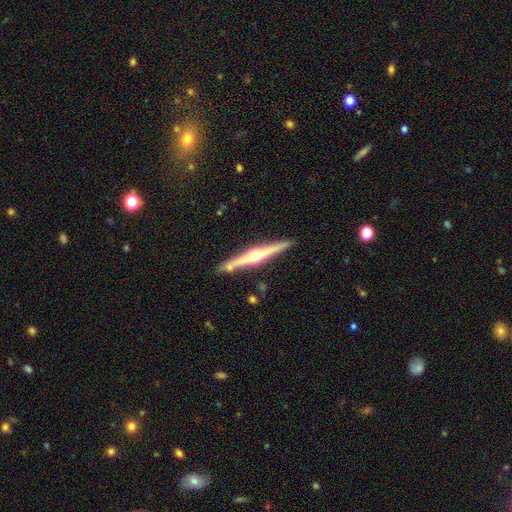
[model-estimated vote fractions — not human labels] Smooth or featured: featured or disk — 77% (smooth — 18%)
Edge-on disk: yes — 98% (no — 2%)
Edge-on bulge: rounded — 85% (boxy — 9%)
Merging: none — 87% (minor disturbance — 8%)